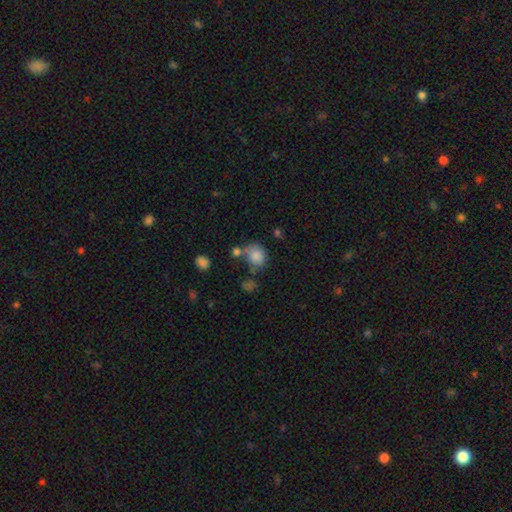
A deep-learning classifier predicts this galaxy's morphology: A smooth galaxy with no disk features (82%) that is round (65%).

Vote fractions:
- Smooth or featured? smooth: 82% / star or artifact: 10% / featured or disk: 8%
- How rounded? round: 65% / in between: 34% / cigar-shaped: 1%
- Merging? none: 48% / merger: 24% / minor disturbance: 18% / major disturbance: 10%